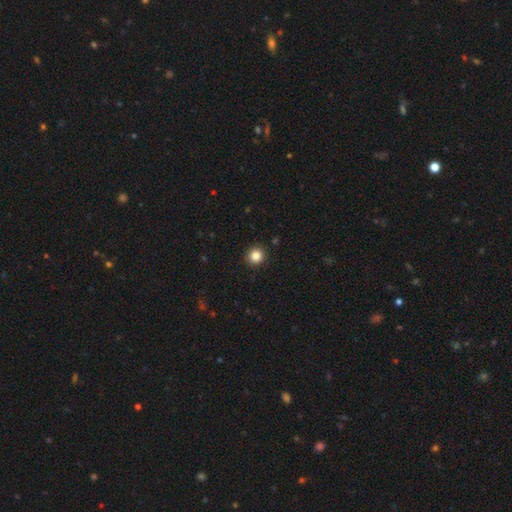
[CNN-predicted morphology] A smooth galaxy with no disk features (85%) that is round (93%).

Vote fractions:
- Smooth or featured? smooth: 85% / star or artifact: 11% / featured or disk: 4%
- How rounded? round: 93% / in between: 6% / cigar-shaped: 1%
- Merging? none: 93% / minor disturbance: 5% / major disturbance: 2% / merger: 1%